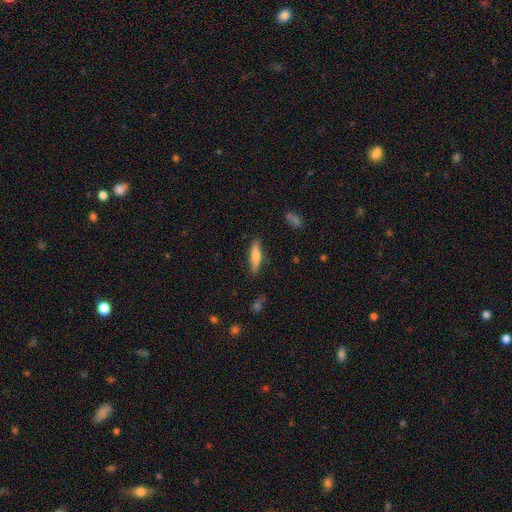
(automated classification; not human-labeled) Smooth or featured?
  - smooth: 66% *
  - featured or disk: 28%
  - star or artifact: 6%
How rounded?
  - cigar-shaped: 72% *
  - in between: 26%
  - round: 2%
Merging?
  - none: 84% *
  - minor disturbance: 12%
  - major disturbance: 3%
  - merger: 2%